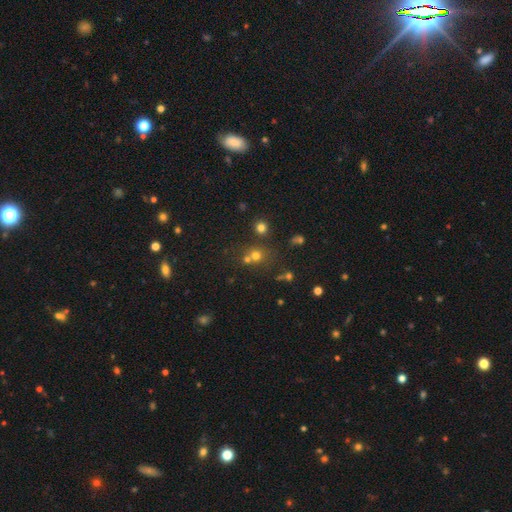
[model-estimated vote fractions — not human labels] Q: Smooth or featured?
A: smooth (65%); runner-up: star or artifact (24%)
Q: How rounded?
A: round (84%); runner-up: in between (15%)
Q: Merging?
A: none (56%); runner-up: merger (31%)